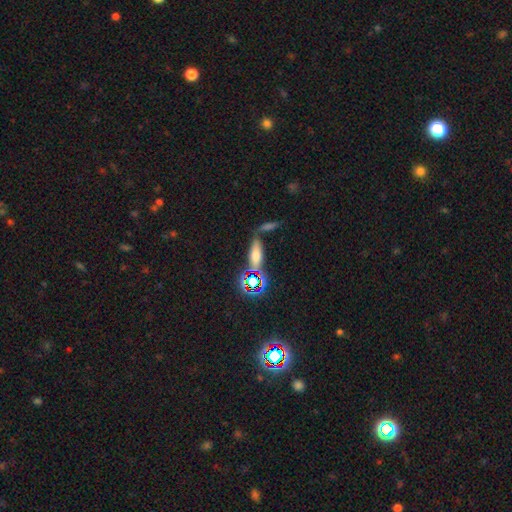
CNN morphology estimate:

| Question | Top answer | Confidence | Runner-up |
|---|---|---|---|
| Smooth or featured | smooth | 54% | featured or disk (23%) |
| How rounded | in between | 51% | cigar-shaped (43%) |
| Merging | none | 64% | merger (17%) |